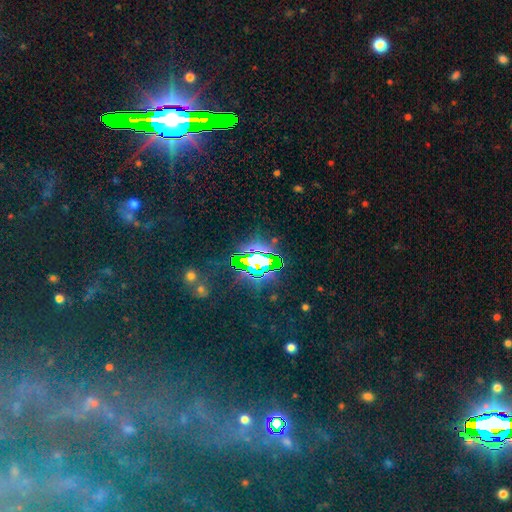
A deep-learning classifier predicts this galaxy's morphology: Smooth or featured? Predicted: star or artifact (p=0.75).